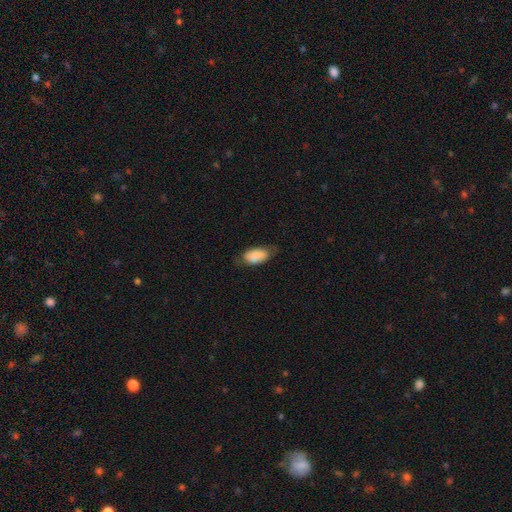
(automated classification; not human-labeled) Smooth or featured? Predicted: smooth (p=0.85). How rounded? Predicted: in between (p=0.93). Merging? Predicted: none (p=0.63).